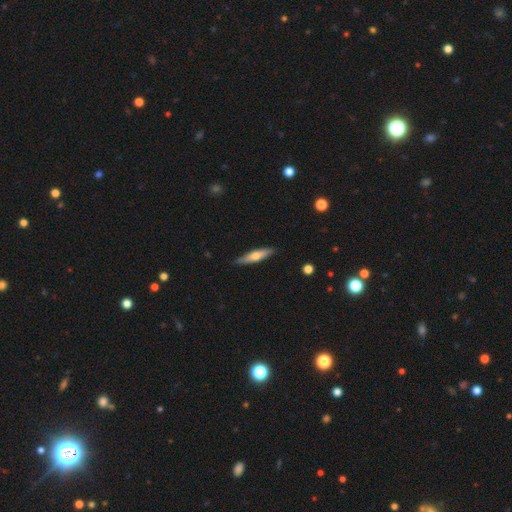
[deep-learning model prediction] smooth 55%, featured or disk 39%, star or artifact 6%. Down the decision tree: how rounded — cigar-shaped (81%); merging — none (86%).